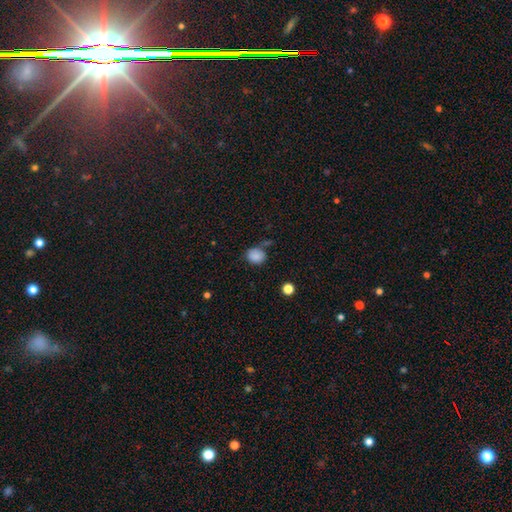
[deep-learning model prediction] Smooth or featured?
  - smooth: 85% *
  - star or artifact: 10%
  - featured or disk: 5%
How rounded?
  - round: 56% *
  - in between: 43%
  - cigar-shaped: 1%
Merging?
  - none: 65% *
  - minor disturbance: 20%
  - merger: 9%
  - major disturbance: 6%